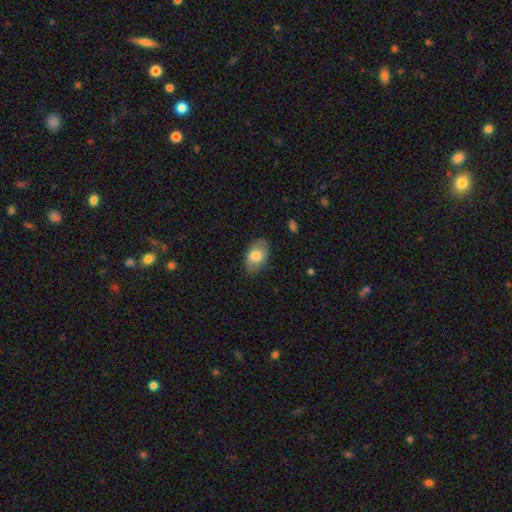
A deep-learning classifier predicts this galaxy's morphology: Smooth or featured? smooth (76%)
How rounded? in between (89%)
Merging? none (80%)